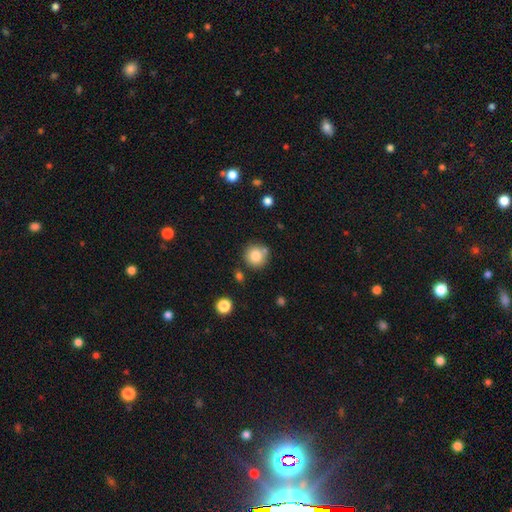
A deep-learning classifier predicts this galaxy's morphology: A smooth galaxy with no disk features (82%) that is round (93%). Merging: none (76%).